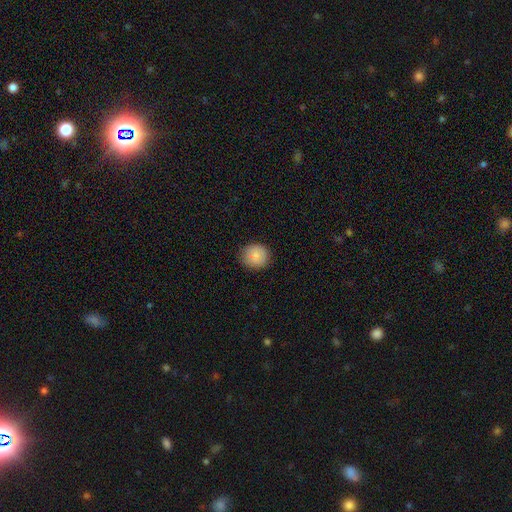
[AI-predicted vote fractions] Q: Smooth or featured?
A: smooth (84%); runner-up: featured or disk (8%)
Q: How rounded?
A: round (87%); runner-up: in between (12%)
Q: Merging?
A: none (85%); runner-up: minor disturbance (11%)